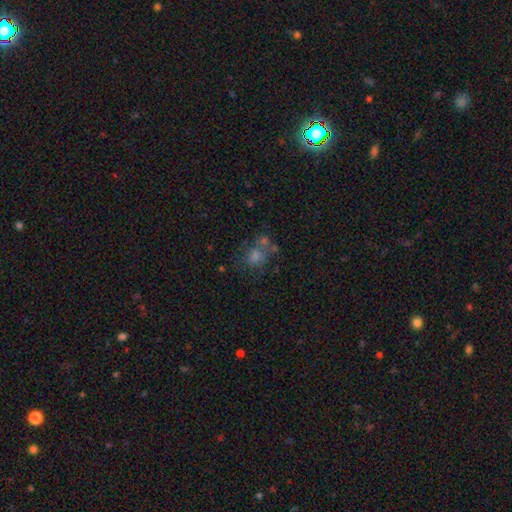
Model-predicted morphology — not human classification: smooth_or_featured: smooth (p=0.51) [alt: star or artifact p=0.27]
how_rounded: round (p=0.68) [alt: in between p=0.30]
merging: none (p=0.49) [alt: merger p=0.28]